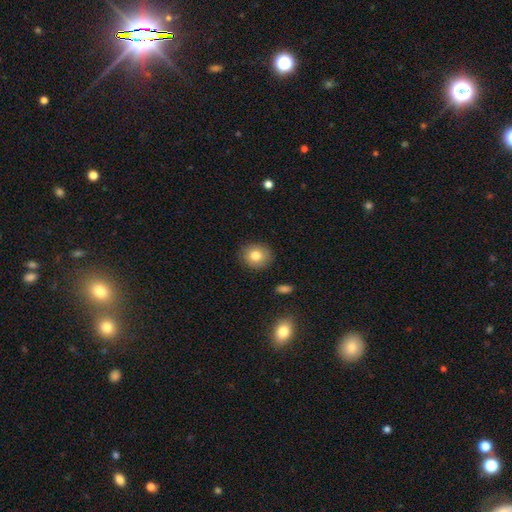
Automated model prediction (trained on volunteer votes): smooth_or_featured: smooth (p=0.80) [alt: featured or disk p=0.10]
how_rounded: round (p=0.76) [alt: in between p=0.23]
merging: none (p=0.88) [alt: minor disturbance p=0.08]